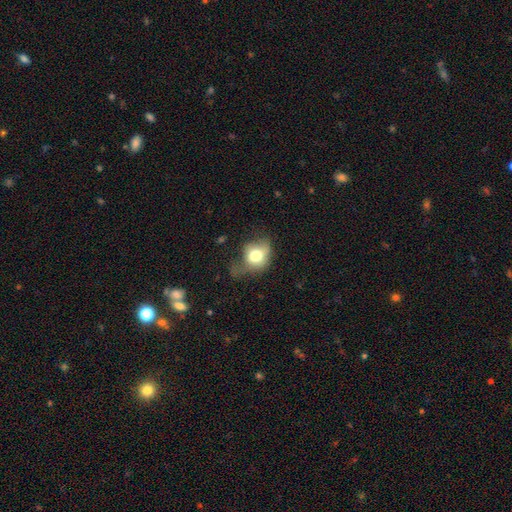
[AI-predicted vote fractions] smooth_or_featured: smooth (p=0.69) [alt: featured or disk p=0.21]
how_rounded: round (p=0.52) [alt: in between p=0.47]
merging: minor disturbance (p=0.35) [alt: major disturbance p=0.34]